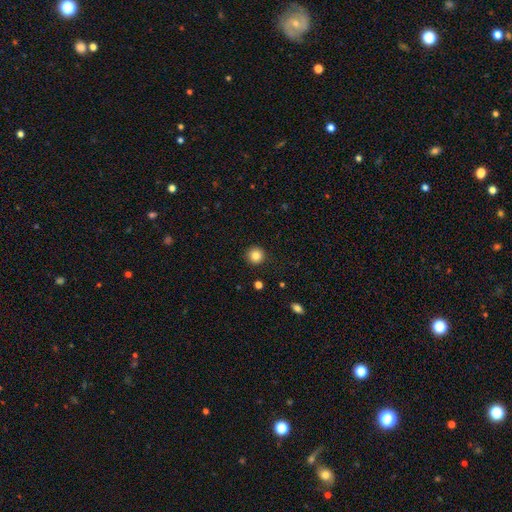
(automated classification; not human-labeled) Morphology: type=smooth (84%); roundness=round (95%); merging=none (92%).